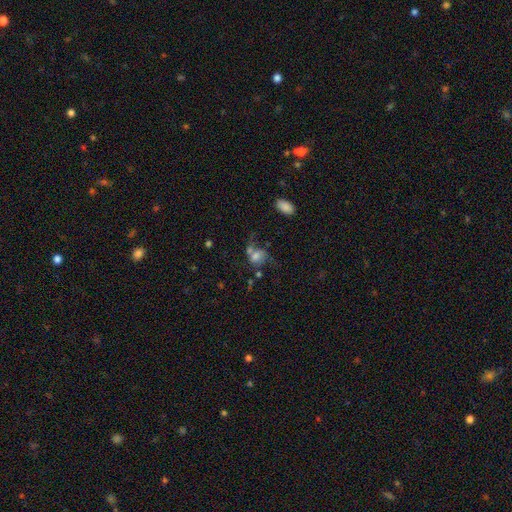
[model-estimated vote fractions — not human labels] Smooth or featured? Predicted: smooth (p=0.62). How rounded? Predicted: round (p=0.55). Merging? Predicted: merger (p=0.31).